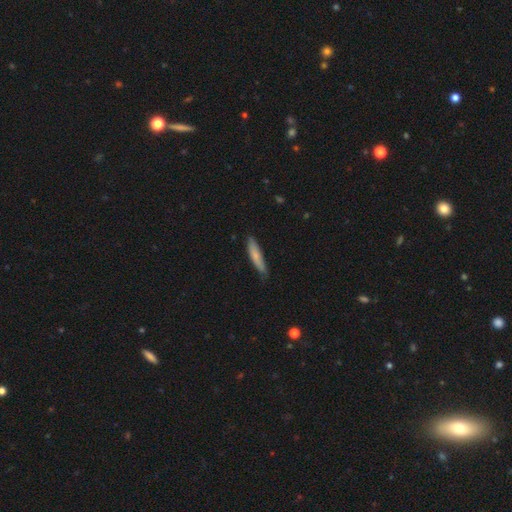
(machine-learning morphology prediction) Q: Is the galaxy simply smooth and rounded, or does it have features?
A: smooth — 75%.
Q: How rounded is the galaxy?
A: cigar-shaped — 82%.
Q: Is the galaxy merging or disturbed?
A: none — 74%.